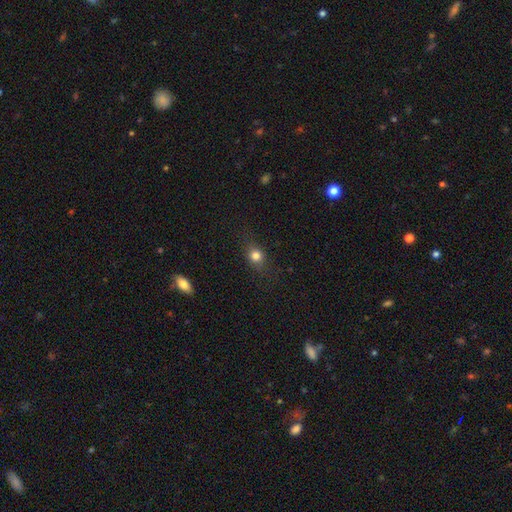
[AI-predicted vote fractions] smooth-or-featured: smooth: 77% | star or artifact: 13% | featured or disk: 10%
  how-rounded: round: 63% | in between: 33% | cigar-shaped: 3%
  merging: none: 79% | minor disturbance: 14% | major disturbance: 5% | merger: 1%